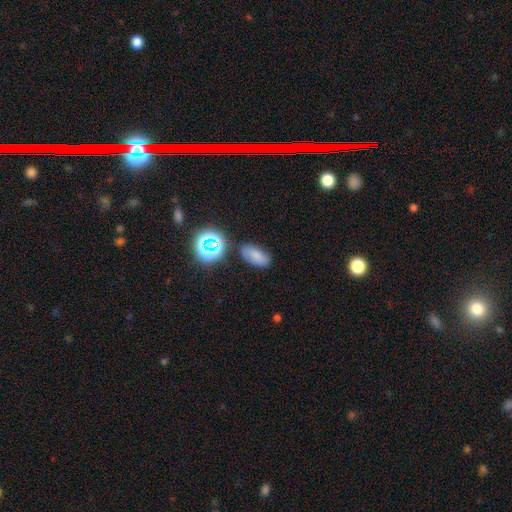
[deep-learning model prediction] Q: Smooth or featured?
A: smooth (67%); runner-up: star or artifact (19%)
Q: How rounded?
A: in between (86%); runner-up: round (9%)
Q: Merging?
A: none (70%); runner-up: minor disturbance (18%)